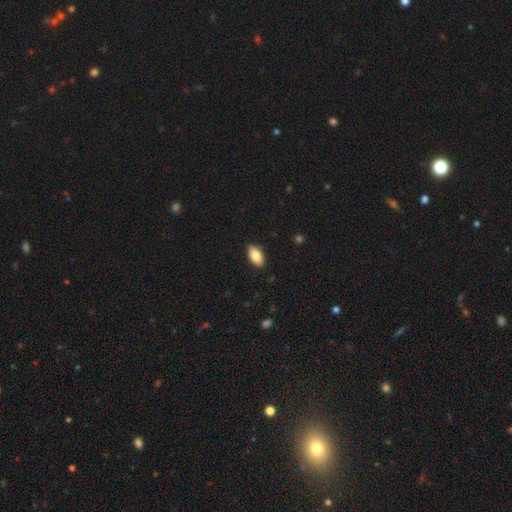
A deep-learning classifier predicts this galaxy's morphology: This is clearly a smooth galaxy (86%). How rounded: clearly in between (93%). Merging: clearly none (89%).